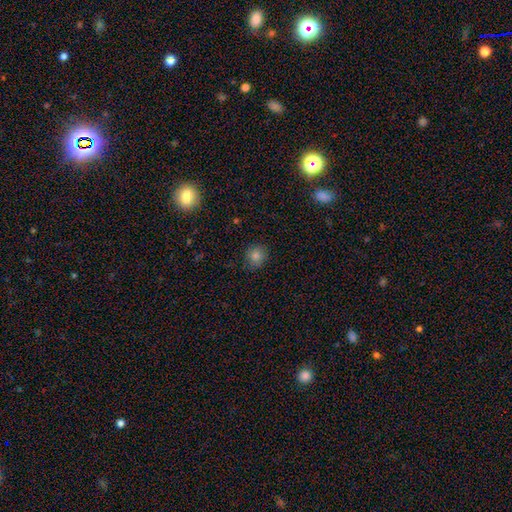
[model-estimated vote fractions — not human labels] Smooth or featured? smooth (81%)
How rounded? round (82%)
Merging? none (85%)